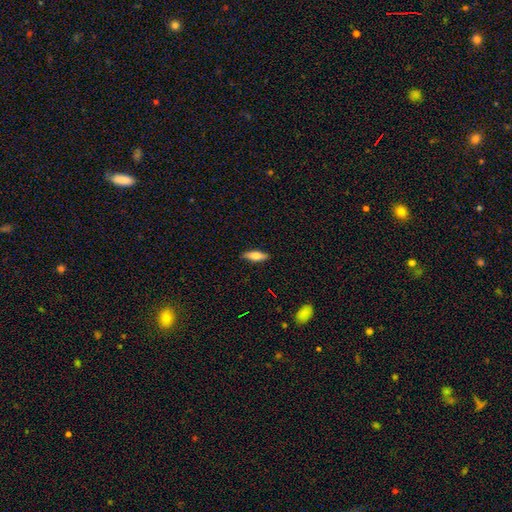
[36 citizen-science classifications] Morphology: type=smooth (61%); roundness=in between (50%, tied with cigar-shaped); merging=none (85%).